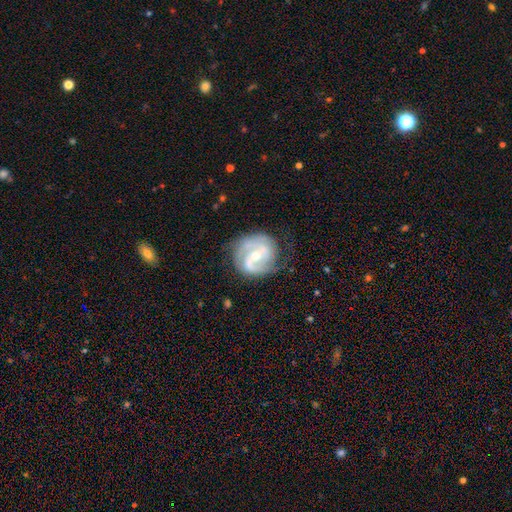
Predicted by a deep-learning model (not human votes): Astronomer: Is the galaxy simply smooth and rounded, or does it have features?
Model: featured or disk — 87%.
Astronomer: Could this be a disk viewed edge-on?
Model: no — 98%.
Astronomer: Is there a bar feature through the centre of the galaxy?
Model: weak — 46% (runner-up: no, 35%).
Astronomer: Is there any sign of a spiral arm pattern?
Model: yes — 96%.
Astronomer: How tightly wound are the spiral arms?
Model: medium — 45% (runner-up: tight, 43%).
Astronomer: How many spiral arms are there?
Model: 2 — 77%.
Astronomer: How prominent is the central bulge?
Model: moderate — 51% (runner-up: small, 46%).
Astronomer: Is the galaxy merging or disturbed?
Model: none — 72%.